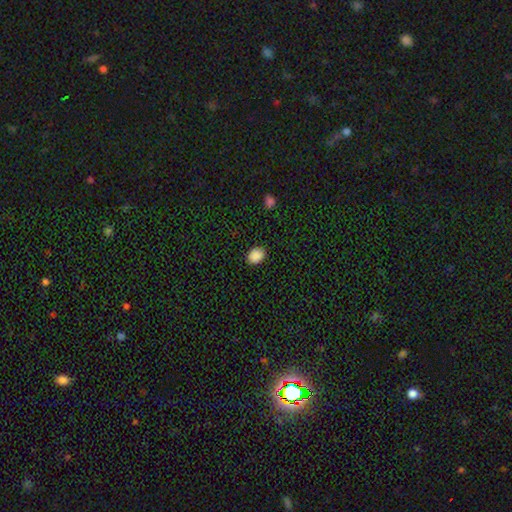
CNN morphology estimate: Smooth or featured? smooth (89%)
How rounded? in between (65%)
Merging? none (89%)